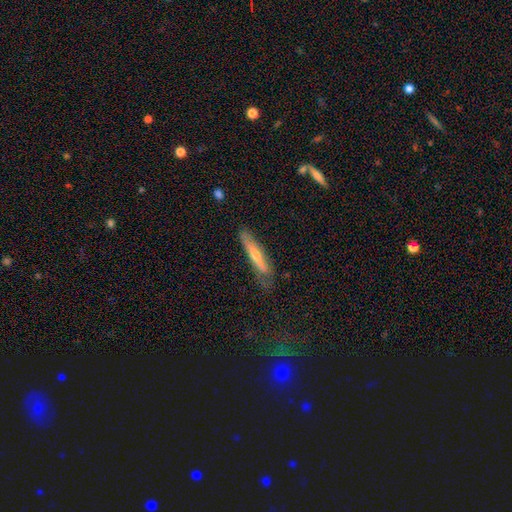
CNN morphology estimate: Smooth or featured? Predicted: smooth (p=0.48). Merging? Predicted: none (p=0.74).